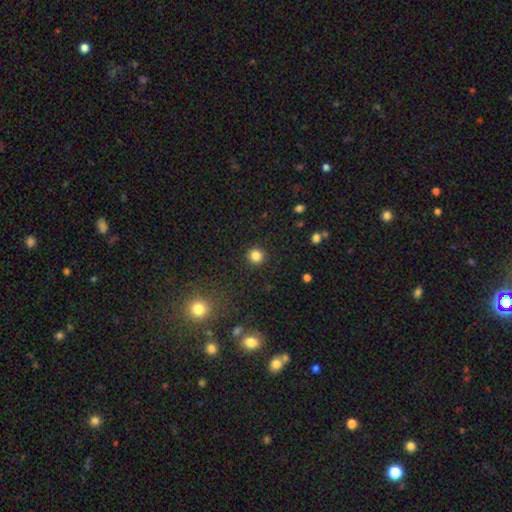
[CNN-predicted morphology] Overall: smooth (83%). How rounded: round (94%). Merging: none (92%).